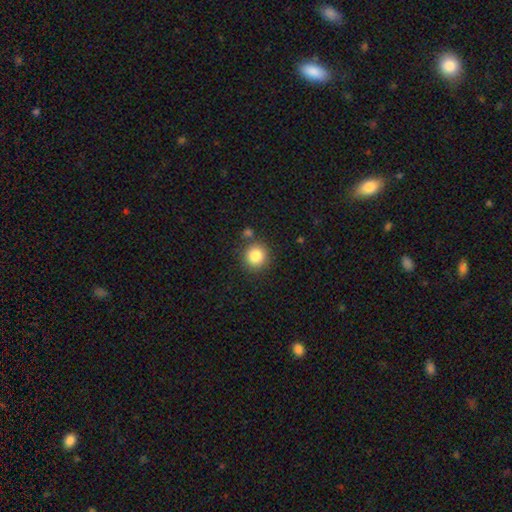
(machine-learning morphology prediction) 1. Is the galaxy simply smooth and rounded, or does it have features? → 84% smooth, 10% star or artifact, 6% featured or disk.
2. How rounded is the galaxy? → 92% round, 7% in between, 1% cigar-shaped.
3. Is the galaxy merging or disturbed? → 81% none, 9% minor disturbance, 8% merger, 3% major disturbance.